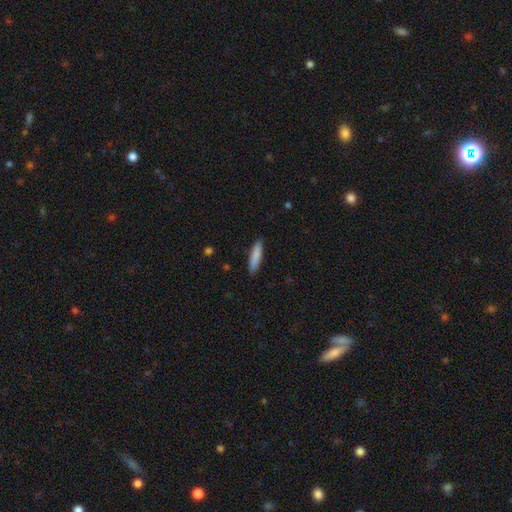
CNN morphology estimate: Smooth or featured: smooth — 85% (featured or disk — 9%)
How rounded: cigar-shaped — 80% (in between — 19%)
Merging: none — 89% (minor disturbance — 9%)